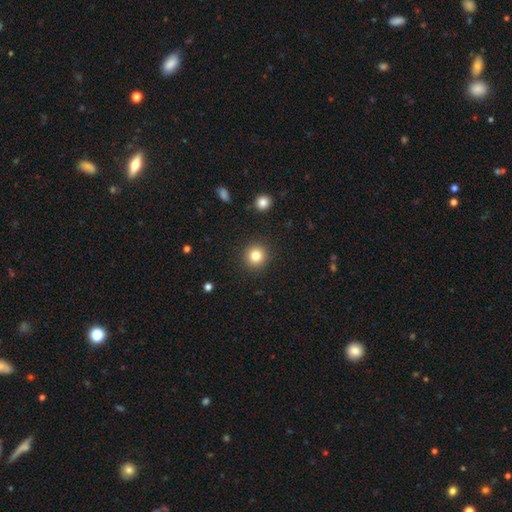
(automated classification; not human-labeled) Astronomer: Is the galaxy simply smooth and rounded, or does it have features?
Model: smooth — 82%.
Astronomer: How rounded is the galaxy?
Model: round — 93%.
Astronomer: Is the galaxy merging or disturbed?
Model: none — 91%.